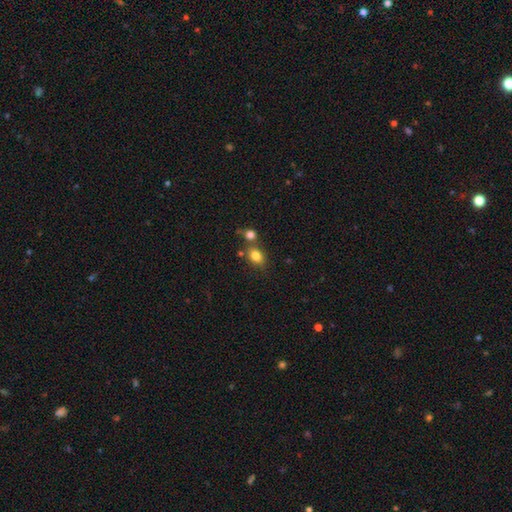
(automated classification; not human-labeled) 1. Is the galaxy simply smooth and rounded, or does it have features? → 81% smooth, 11% star or artifact, 8% featured or disk.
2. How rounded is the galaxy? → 61% in between, 37% round, 1% cigar-shaped.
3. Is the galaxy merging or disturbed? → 56% none, 27% merger, 12% minor disturbance, 4% major disturbance.